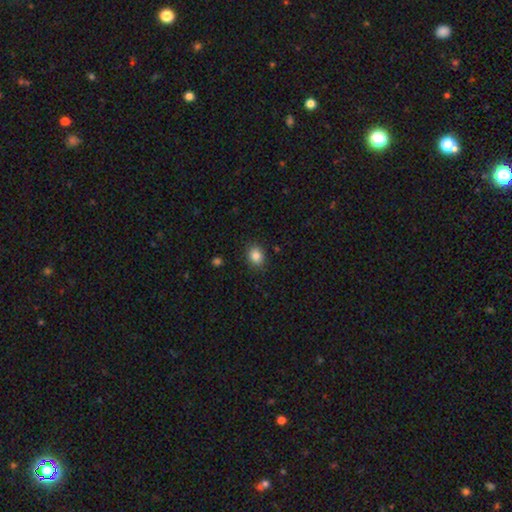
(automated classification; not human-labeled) Smooth or featured: smooth — 85% (star or artifact — 10%)
How rounded: in between — 50% (round — 49%)
Merging: none — 87% (minor disturbance — 10%)